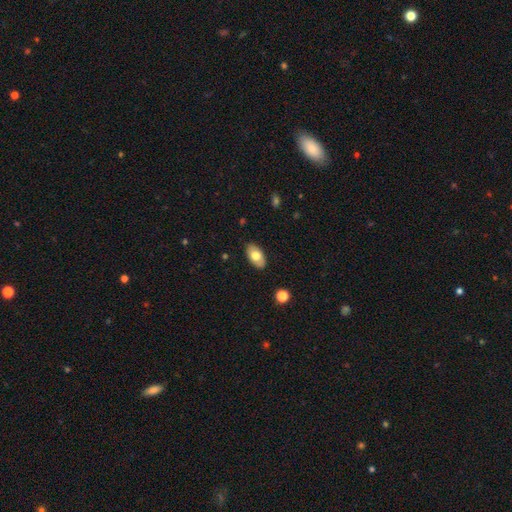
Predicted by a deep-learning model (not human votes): This is likely a smooth galaxy (71%). How rounded: clearly in between (94%). Merging: clearly none (87%).